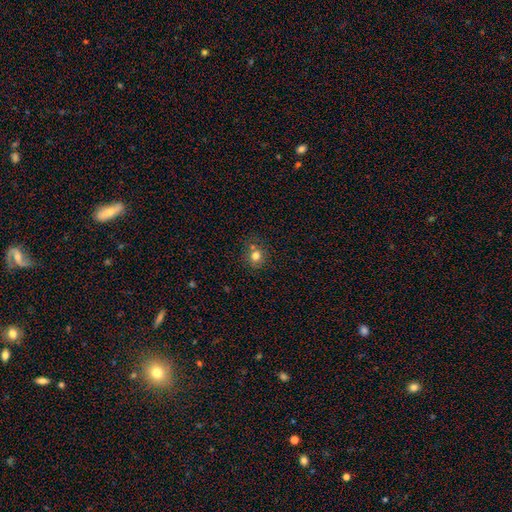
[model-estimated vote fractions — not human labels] Smooth or featured? Predicted: smooth (p=0.74). How rounded? Predicted: round (p=0.83). Merging? Predicted: none (p=0.67).